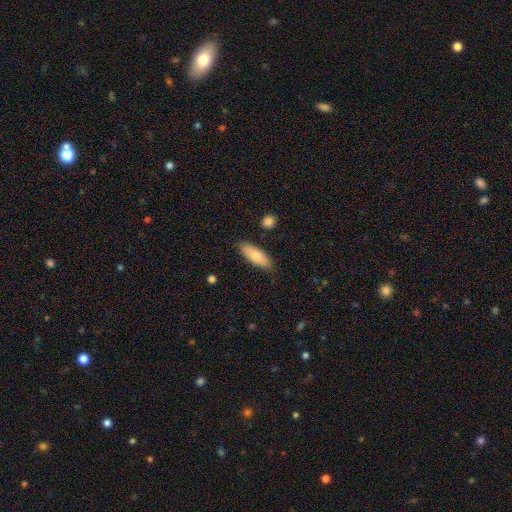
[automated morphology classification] The model was most divided on "how rounded": in between: 65%, cigar-shaped: 32%, round: 2%. More confident: merging — none (87%); smooth or featured — smooth (75%).